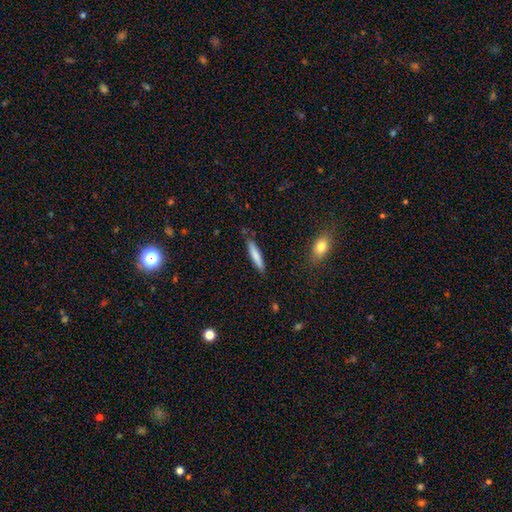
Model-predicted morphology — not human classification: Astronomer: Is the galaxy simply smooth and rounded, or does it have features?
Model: smooth — 77%.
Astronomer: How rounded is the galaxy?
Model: cigar-shaped — 90%.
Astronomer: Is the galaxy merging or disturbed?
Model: none — 85%.